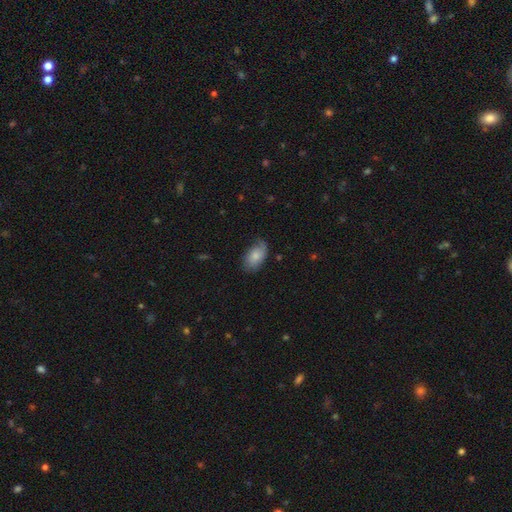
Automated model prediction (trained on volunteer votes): smooth_or_featured: smooth (p=0.68) [alt: featured or disk p=0.25]
how_rounded: in between (p=0.91) [alt: round p=0.07]
merging: none (p=0.58) [alt: minor disturbance p=0.30]